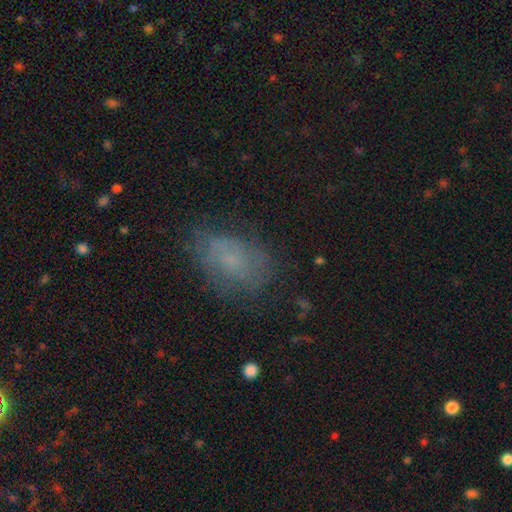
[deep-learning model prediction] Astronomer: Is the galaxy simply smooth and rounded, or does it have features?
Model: smooth — 54% (runner-up: featured or disk, 29%).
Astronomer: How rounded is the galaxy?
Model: in between — 82%.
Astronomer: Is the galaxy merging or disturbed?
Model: none — 65%.